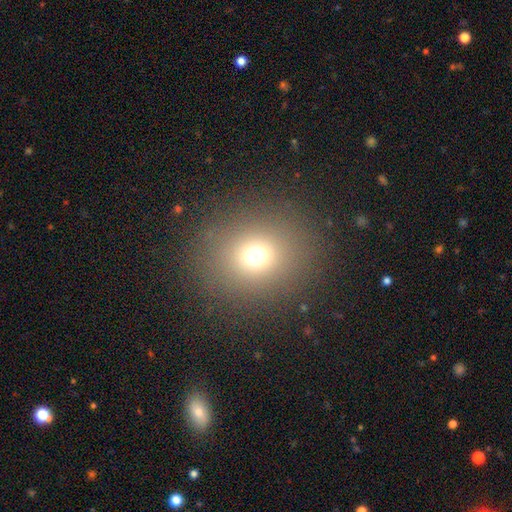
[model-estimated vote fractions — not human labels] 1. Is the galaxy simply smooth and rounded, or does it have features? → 69% smooth, 22% star or artifact, 9% featured or disk.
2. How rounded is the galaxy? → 75% round, 24% in between, 1% cigar-shaped.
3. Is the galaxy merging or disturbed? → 86% none, 7% minor disturbance, 5% major disturbance, 2% merger.